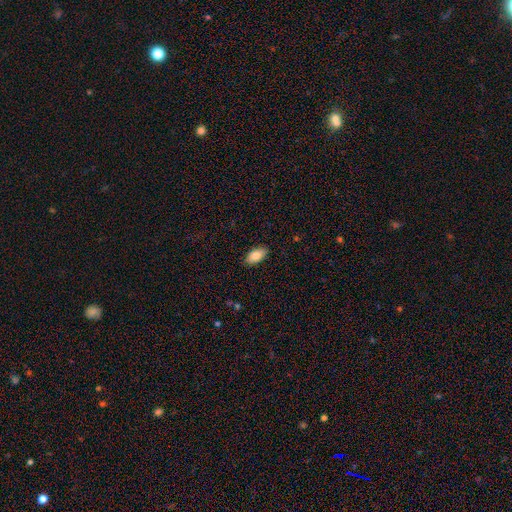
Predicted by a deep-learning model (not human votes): smooth 85%, featured or disk 8%, star or artifact 7%. Down the decision tree: how rounded — in between (92%); merging — none (87%).